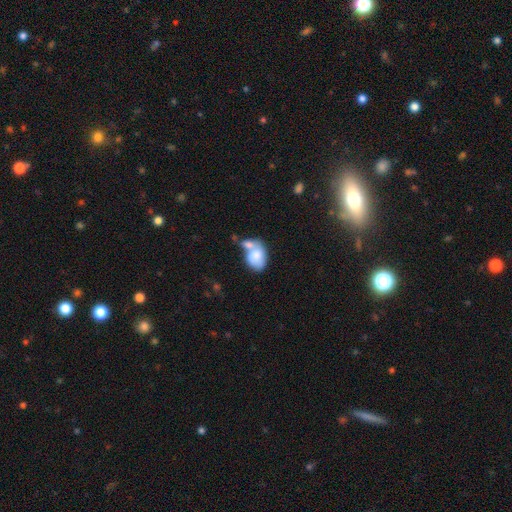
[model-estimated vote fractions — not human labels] The model was most divided on "merging": merger: 58%, none: 22%, minor disturbance: 13%, major disturbance: 7%. More confident: how rounded — in between (81%); smooth or featured — smooth (78%).